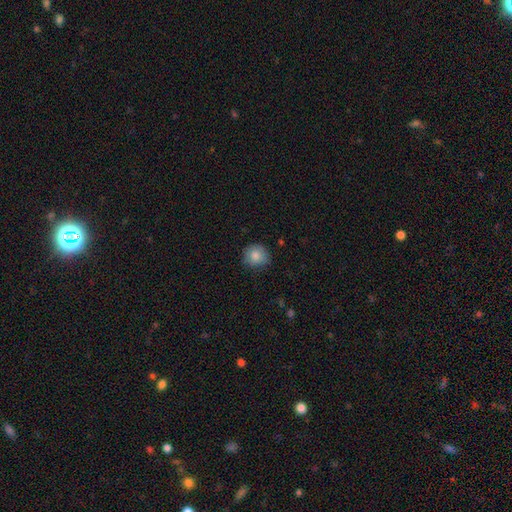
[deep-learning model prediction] Overall: smooth (85%). How rounded: round (88%). Merging: none (78%).